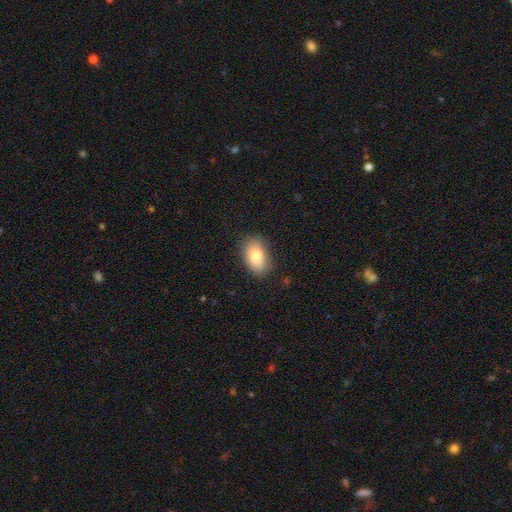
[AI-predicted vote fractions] A smooth galaxy with no disk features (82%) that is in between round and cigar-shaped (89%).

Vote fractions:
- Smooth or featured? smooth: 82% / featured or disk: 11% / star or artifact: 8%
- How rounded? in between: 89% / round: 9% / cigar-shaped: 2%
- Merging? none: 79% / minor disturbance: 16% / major disturbance: 4% / merger: 1%